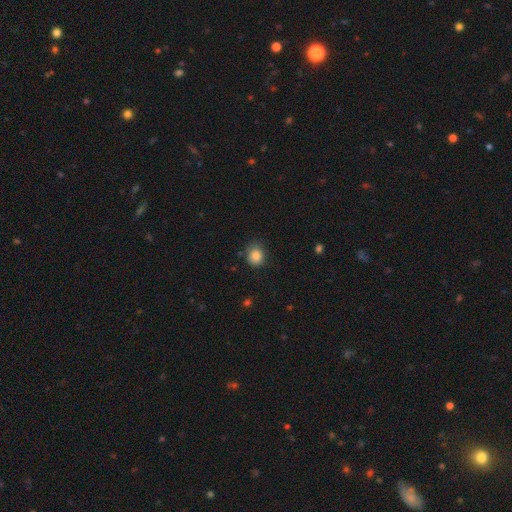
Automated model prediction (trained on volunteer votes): Overall: smooth (85%). How rounded: round (74%). Merging: none (76%).